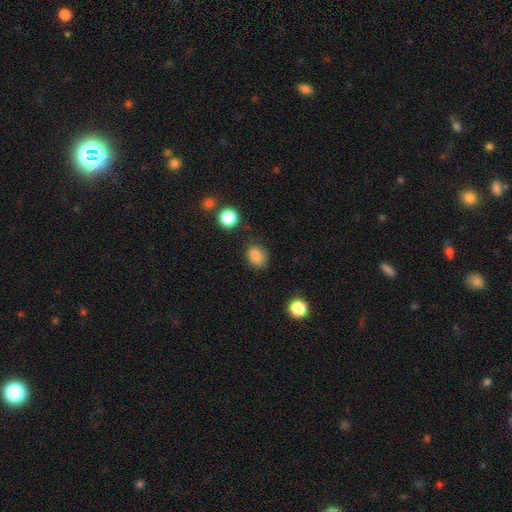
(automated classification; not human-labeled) This is clearly a smooth galaxy (86%). How rounded: likely in between (64%). Merging: likely none (76%).